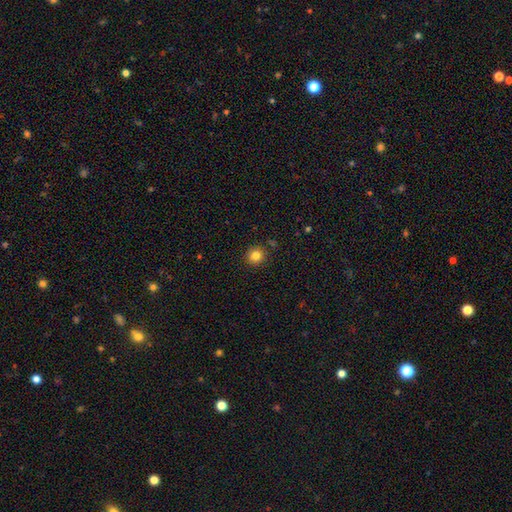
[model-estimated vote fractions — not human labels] smooth 82%, star or artifact 12%, featured or disk 6%. Down the decision tree: how rounded — round (93%); merging — none (89%).